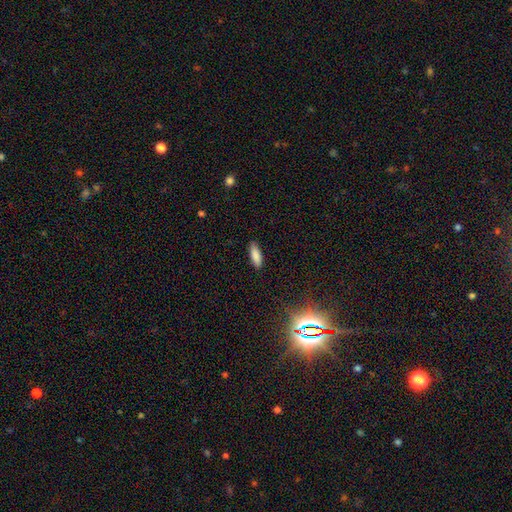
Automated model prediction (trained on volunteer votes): Smooth or featured: smooth — 85% (star or artifact — 9%)
How rounded: in between — 60% (cigar-shaped — 38%)
Merging: none — 87% (minor disturbance — 10%)